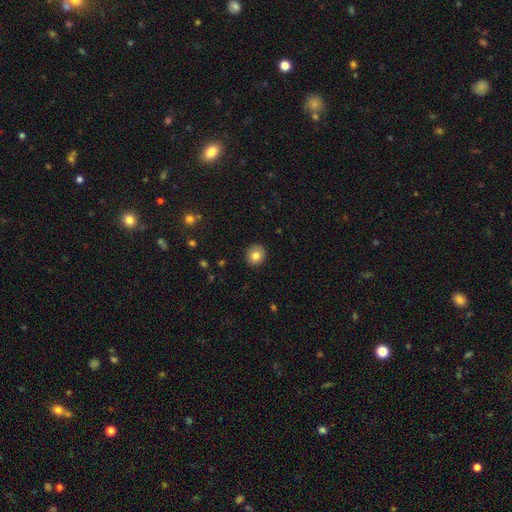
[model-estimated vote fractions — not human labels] Smooth or featured: smooth — 82% (star or artifact — 9%)
How rounded: round — 84% (in between — 15%)
Merging: none — 91% (minor disturbance — 6%)